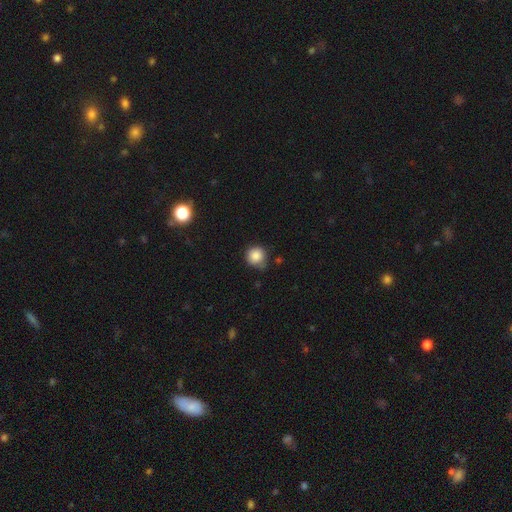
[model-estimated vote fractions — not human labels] Q: Smooth or featured?
A: smooth (86%); runner-up: star or artifact (10%)
Q: How rounded?
A: round (93%); runner-up: in between (6%)
Q: Merging?
A: none (71%); runner-up: minor disturbance (21%)